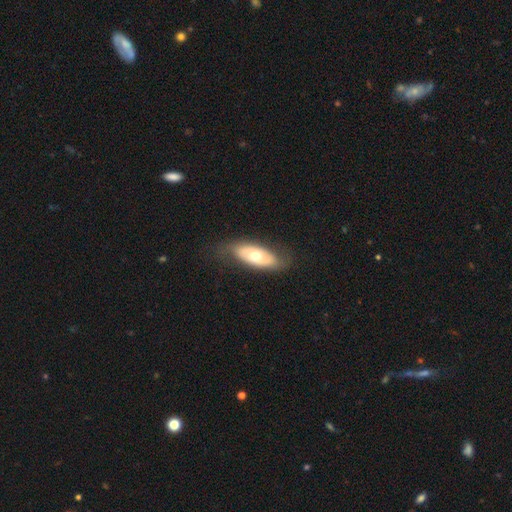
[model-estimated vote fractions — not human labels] Q: Smooth or featured?
A: smooth (50%); runner-up: featured or disk (45%)
Q: Merging?
A: none (75%); runner-up: minor disturbance (17%)